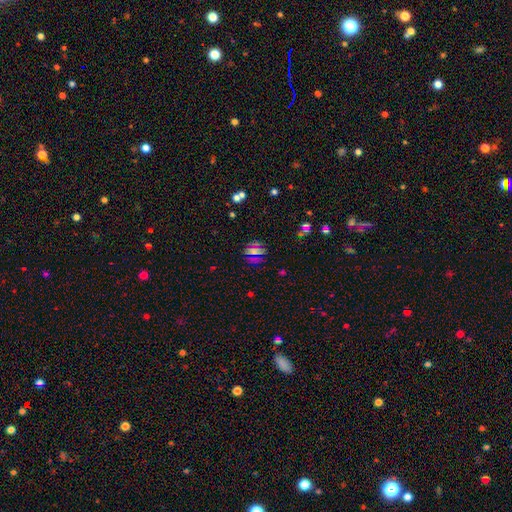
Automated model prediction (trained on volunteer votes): Smooth or featured? smooth (49%)
Merging? none (78%)